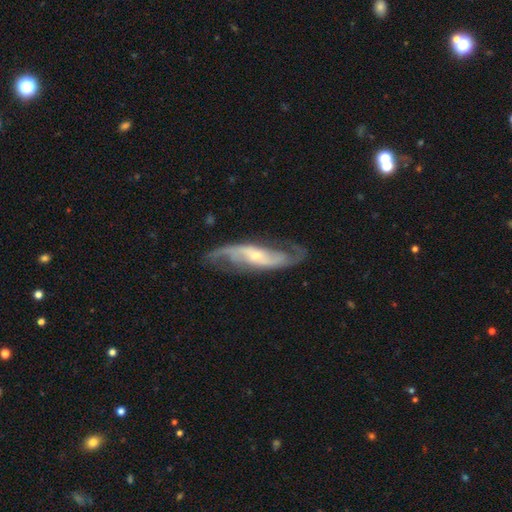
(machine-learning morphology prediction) Q: Smooth or featured?
A: featured or disk (88%); runner-up: smooth (7%)
Q: Edge-on disk?
A: no (88%); runner-up: yes (12%)
Q: Bar?
A: no (42%); runner-up: weak (34%)
Q: Spiral arms?
A: yes (96%); runner-up: no (4%)
Q: Spiral winding?
A: loose (48%); runner-up: medium (38%)
Q: Spiral arm count?
A: 2 (89%); runner-up: can't tell (5%)
Q: Bulge size?
A: small (66%); runner-up: moderate (30%)
Q: Merging?
A: none (75%); runner-up: minor disturbance (16%)